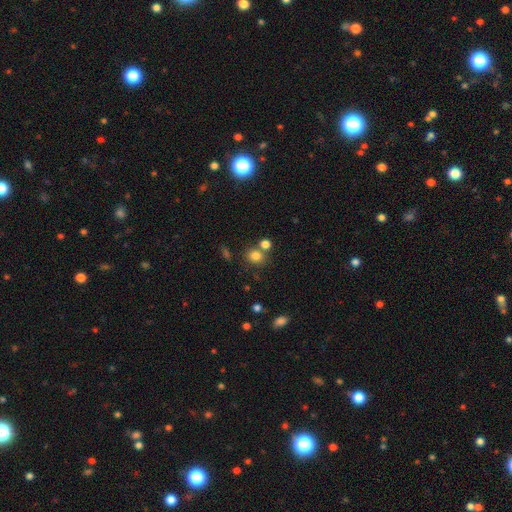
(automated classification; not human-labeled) smooth-or-featured: smooth: 79% | star or artifact: 14% | featured or disk: 7%
  how-rounded: round: 75% | in between: 24% | cigar-shaped: 1%
  merging: none: 66% | merger: 21% | minor disturbance: 9% | major disturbance: 4%